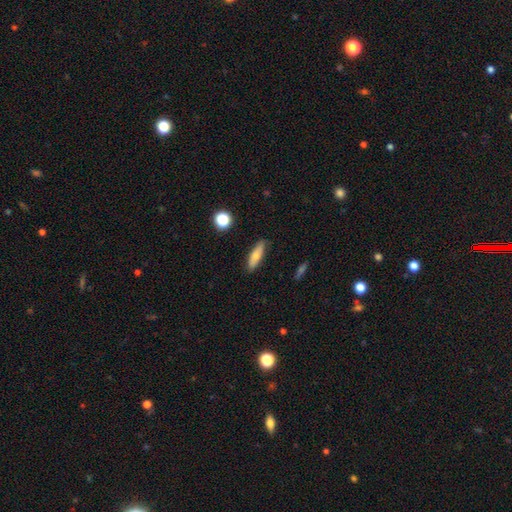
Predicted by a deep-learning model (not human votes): Q: Smooth or featured?
A: smooth (65%); runner-up: featured or disk (27%)
Q: How rounded?
A: cigar-shaped (57%); runner-up: in between (40%)
Q: Merging?
A: none (86%); runner-up: minor disturbance (10%)